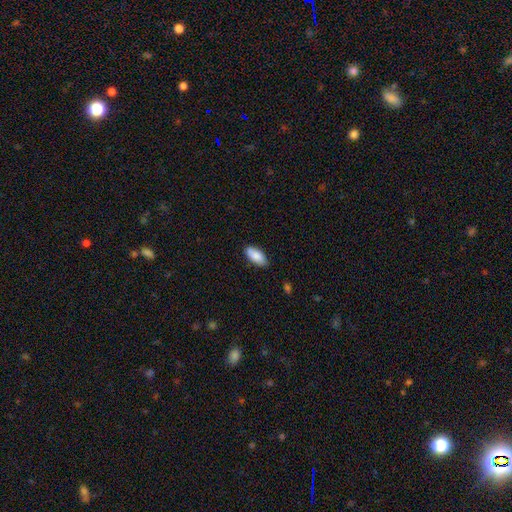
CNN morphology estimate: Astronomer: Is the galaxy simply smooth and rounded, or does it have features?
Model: smooth — 84%.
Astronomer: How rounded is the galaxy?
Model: in between — 90%.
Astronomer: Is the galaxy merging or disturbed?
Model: none — 82%.